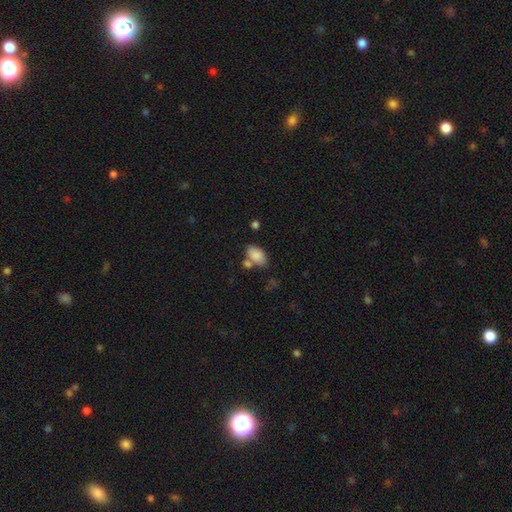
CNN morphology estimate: The model was most divided on "merging": none: 53%, merger: 25%, minor disturbance: 16%, major disturbance: 6%. More confident: how rounded — in between (91%); smooth or featured — smooth (85%).